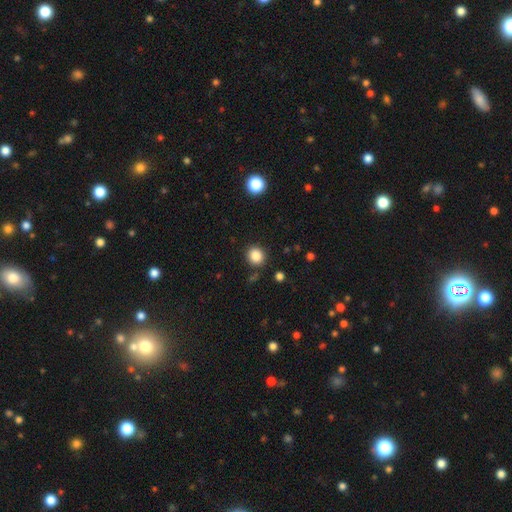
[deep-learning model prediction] Overall: smooth (86%). How rounded: round (82%). Merging: none (87%).